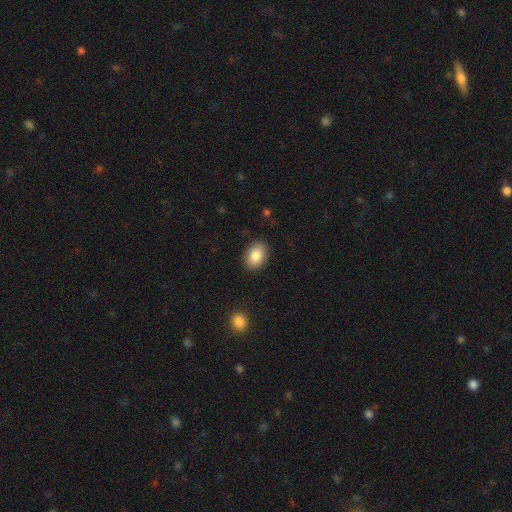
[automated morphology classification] Smooth or featured? smooth (85%)
How rounded? in between (79%)
Merging? none (88%)